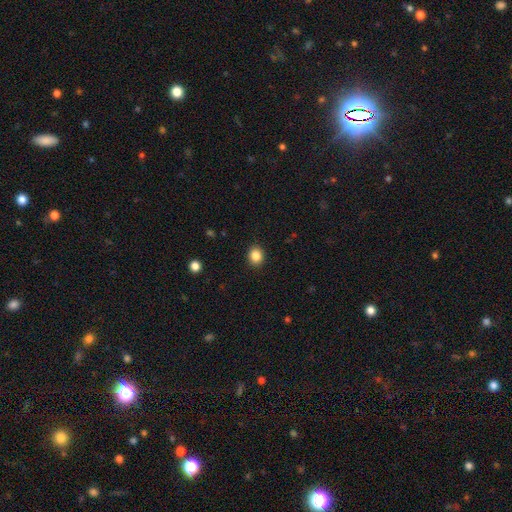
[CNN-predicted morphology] This appears to be a smooth galaxy with no disk features (85%) that is round (69%). Merging: none (91%).